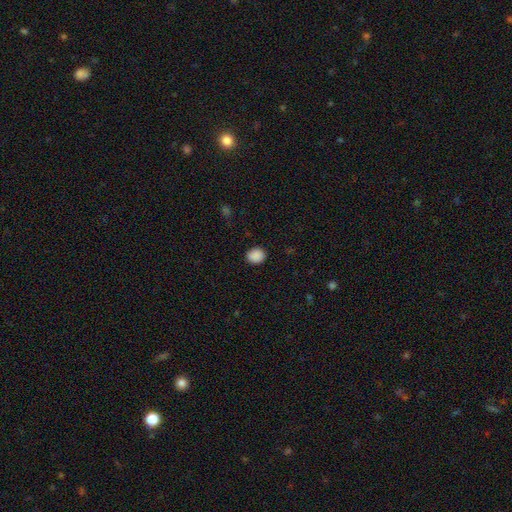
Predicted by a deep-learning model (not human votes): Smooth or featured: smooth — 89% (star or artifact — 9%)
How rounded: round — 64% (in between — 35%)
Merging: none — 89% (minor disturbance — 8%)